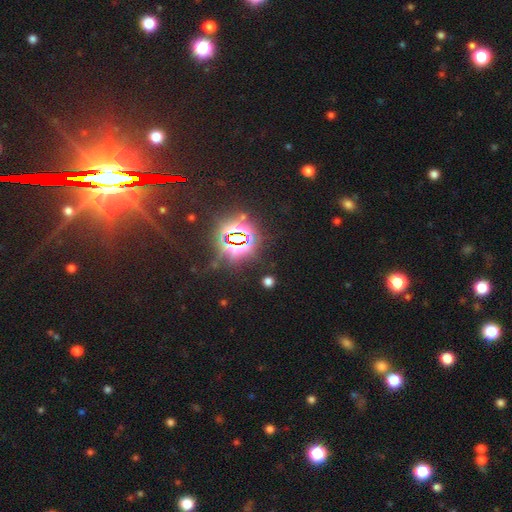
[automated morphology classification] Overall: star or artifact (82%).